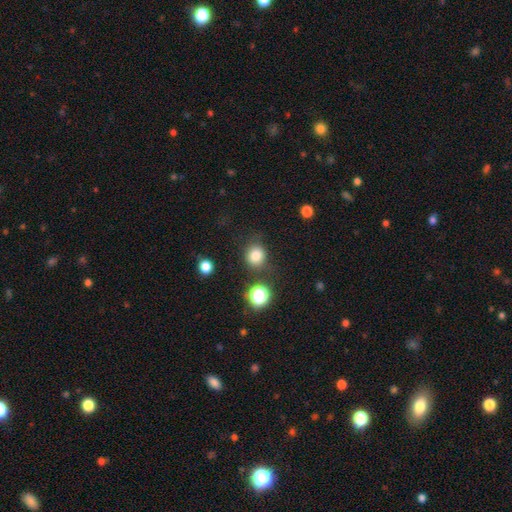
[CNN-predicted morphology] Overall: smooth (81%). How rounded: round (86%). Merging: none (77%).